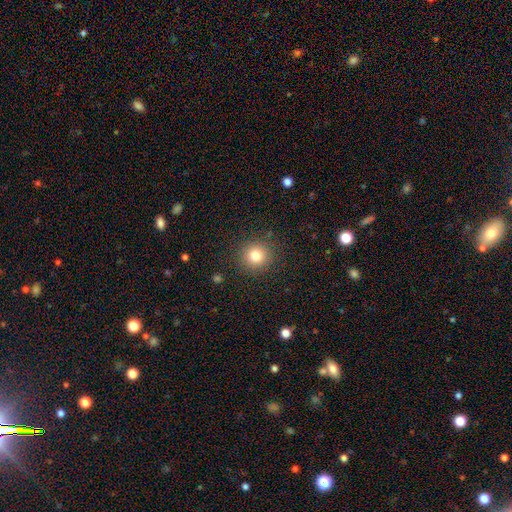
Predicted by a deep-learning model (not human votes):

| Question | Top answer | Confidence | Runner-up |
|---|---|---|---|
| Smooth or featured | smooth | 80% | star or artifact (13%) |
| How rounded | round | 93% | in between (6%) |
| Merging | none | 89% | minor disturbance (7%) |